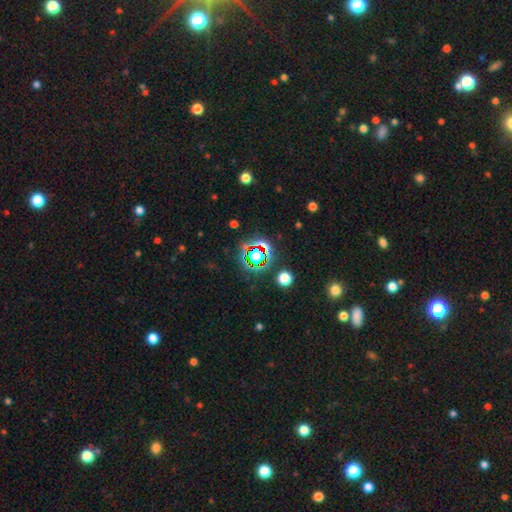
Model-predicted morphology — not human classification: This appears to be a star or artifact, not a galaxy (67%).